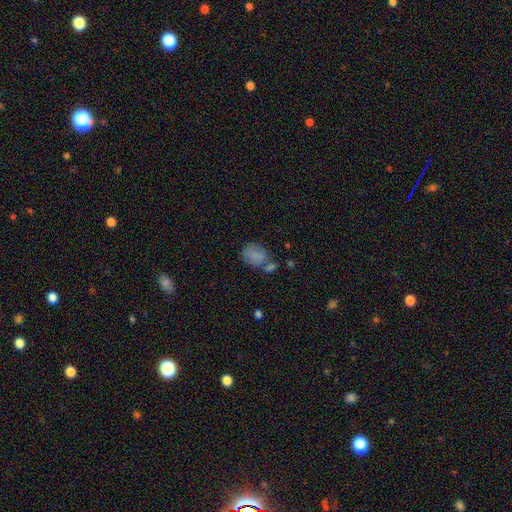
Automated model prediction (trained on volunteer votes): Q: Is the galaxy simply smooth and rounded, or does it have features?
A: smooth — 81%.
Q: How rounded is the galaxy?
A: in between — 53%.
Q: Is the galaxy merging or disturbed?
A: none — 46%.